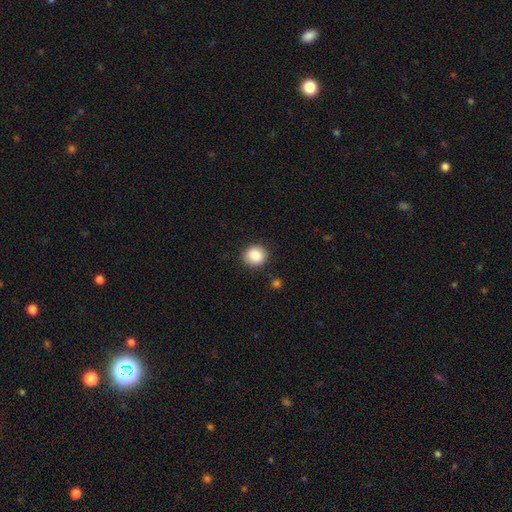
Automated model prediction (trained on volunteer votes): A smooth galaxy with no disk features (87%) that is round (86%). Merging: none (89%).